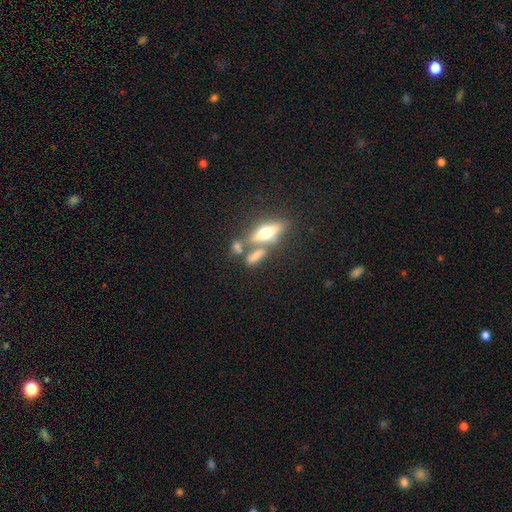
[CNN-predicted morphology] type=smooth (53%); roundness=in between (51%); merging=none (46%).